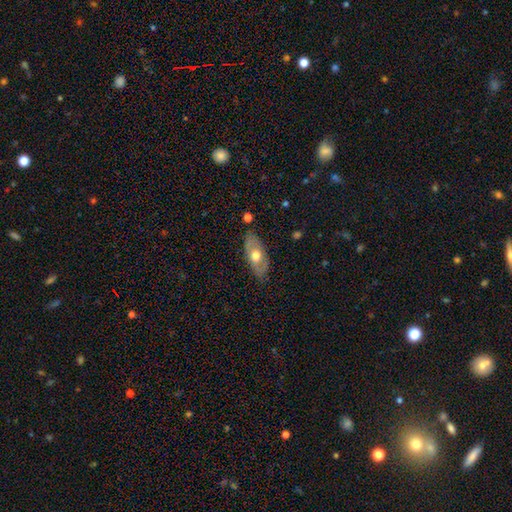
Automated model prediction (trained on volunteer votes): Smooth or featured? smooth (51%)
How rounded? in between (87%)
Merging? none (80%)